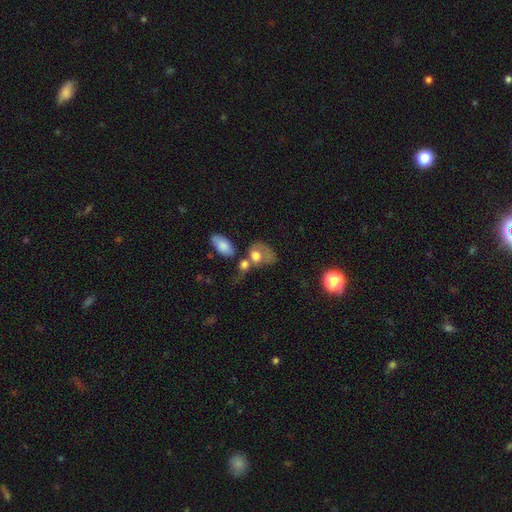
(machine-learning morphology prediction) Smooth or featured? smooth (65%)
How rounded? in between (65%)
Merging? merger (42%)